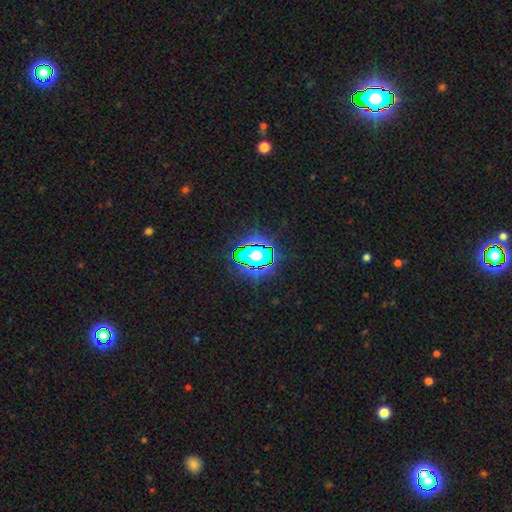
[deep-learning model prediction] smooth-or-featured: star or artifact: 60% | smooth: 26% | featured or disk: 14%